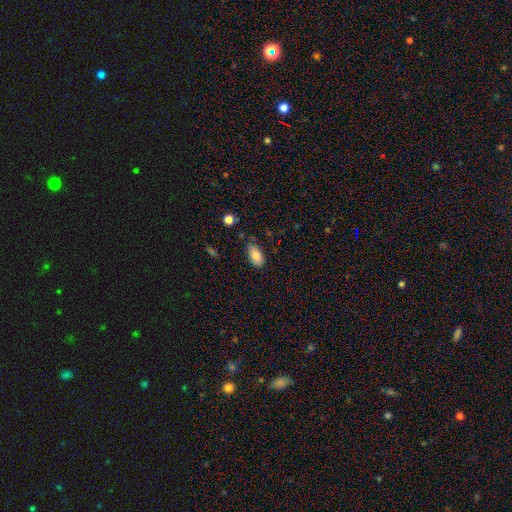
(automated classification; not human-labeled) A smooth galaxy with no disk features (85%) that is in between round and cigar-shaped (93%).

Vote fractions:
- Smooth or featured? smooth: 85% / star or artifact: 8% / featured or disk: 7%
- How rounded? in between: 93% / round: 4% / cigar-shaped: 3%
- Merging? none: 71% / minor disturbance: 22% / major disturbance: 4% / merger: 3%